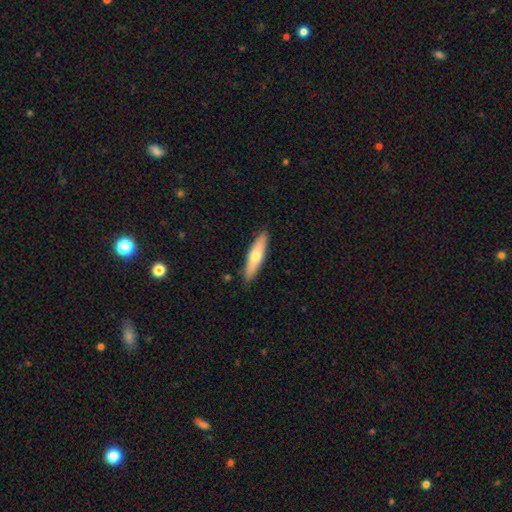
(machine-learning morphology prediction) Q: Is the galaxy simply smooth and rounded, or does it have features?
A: smooth — 60%.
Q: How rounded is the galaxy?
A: cigar-shaped — 69%.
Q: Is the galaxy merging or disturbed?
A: none — 88%.